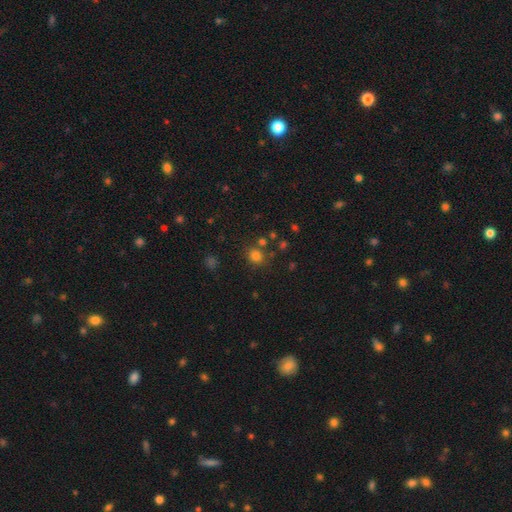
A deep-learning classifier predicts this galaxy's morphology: Overall: smooth (77%). How rounded: round (77%). Merging: none (76%).